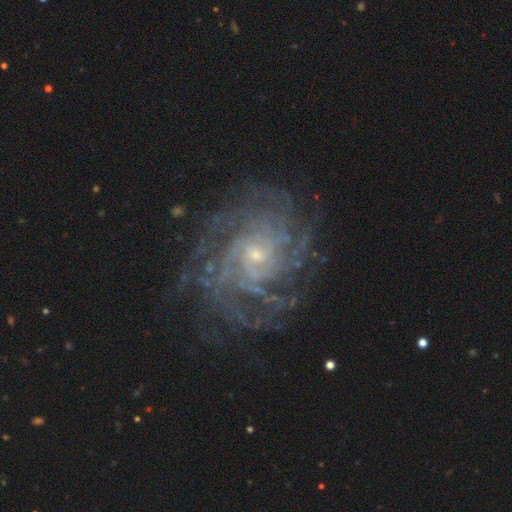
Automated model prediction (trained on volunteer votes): The model was most divided on "spiral arm count": more than 4: 29%, can't tell: 27%, 4: 17%, 3: 10%, 2: 9%, 1: 8%. More confident: edge-on disk — no (97%); spiral arms — yes (97%); smooth or featured — featured or disk (89%); merging — none (79%); bulge size — small (75%); spiral winding — tight (71%); bar — no (67%).